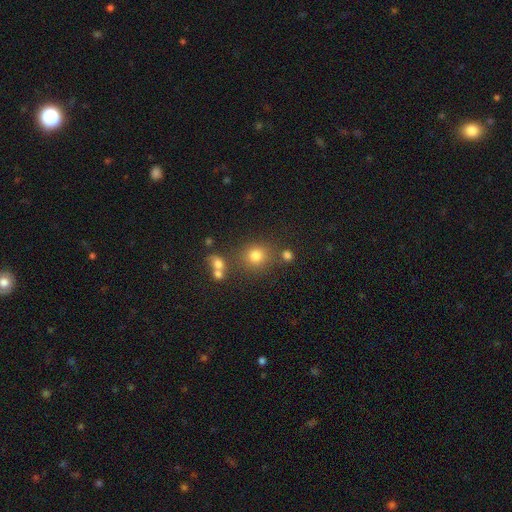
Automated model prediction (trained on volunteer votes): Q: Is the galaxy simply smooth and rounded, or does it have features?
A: smooth — 77%.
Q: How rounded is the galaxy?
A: round — 86%.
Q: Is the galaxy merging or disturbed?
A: none — 73%.